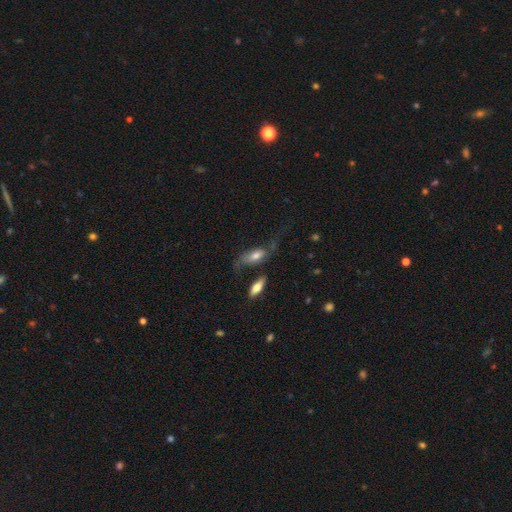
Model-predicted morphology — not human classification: Smooth or featured? Predicted: smooth (p=0.54). How rounded? Predicted: in between (p=0.80). Merging? Predicted: none (p=0.36).